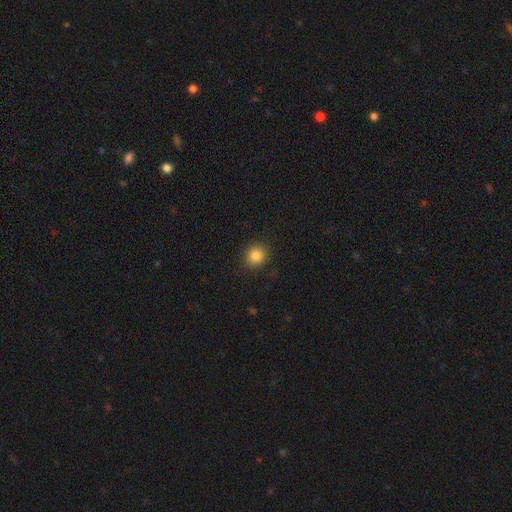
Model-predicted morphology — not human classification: smooth_or_featured: smooth (p=0.85) [alt: star or artifact p=0.11]
how_rounded: round (p=0.85) [alt: in between p=0.14]
merging: none (p=0.89) [alt: minor disturbance p=0.07]